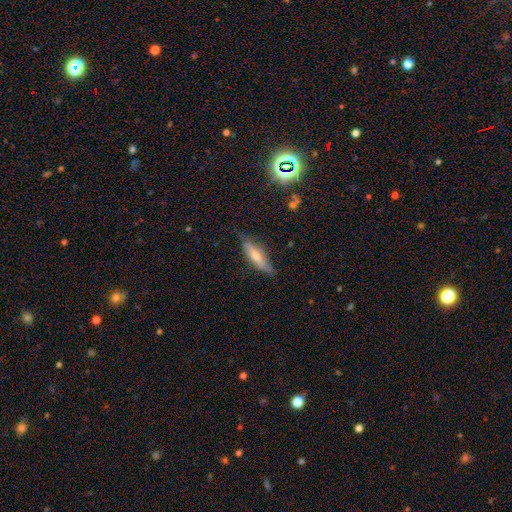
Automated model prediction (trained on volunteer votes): featured or disk 50%, smooth 40%, star or artifact 10%. Down the decision tree: merging — none (75%).